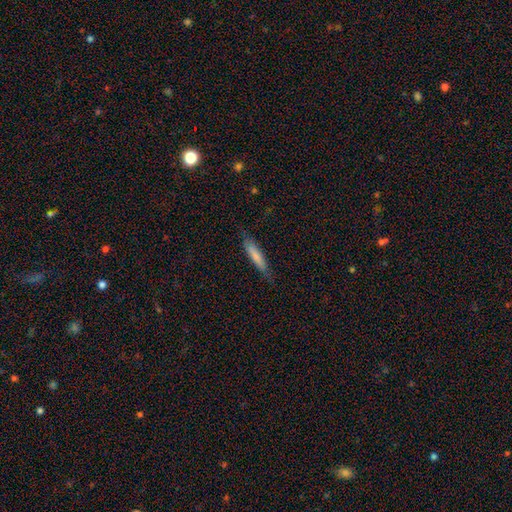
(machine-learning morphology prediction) This appears to be a smooth galaxy with no disk features (72%) that is cigar-shaped (86%). Merging: none (78%).